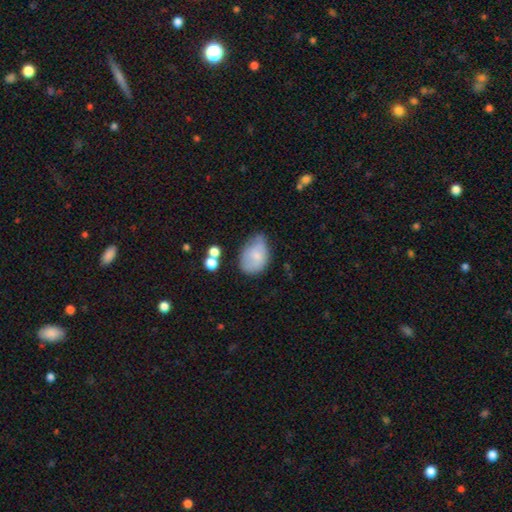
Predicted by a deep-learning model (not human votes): This is likely a smooth galaxy (68%). How rounded: likely in between (79%). Merging: possibly none (45%).